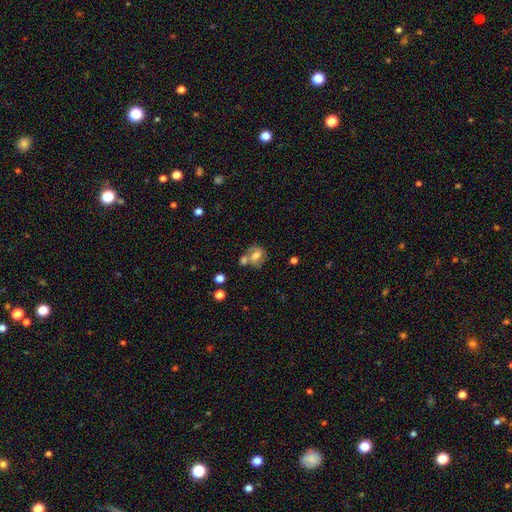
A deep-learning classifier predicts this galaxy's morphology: Smooth or featured? Predicted: smooth (p=0.48). Merging? Predicted: none (p=0.43).